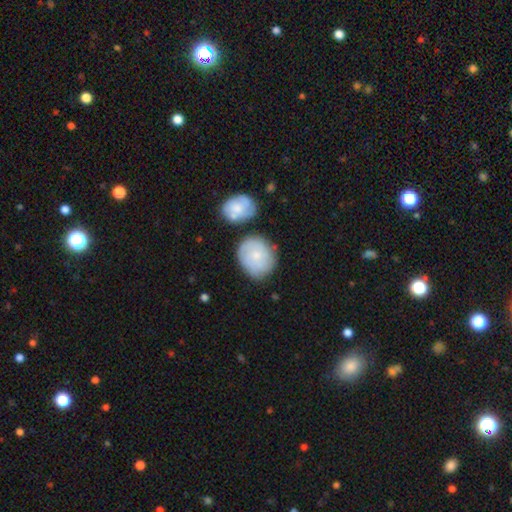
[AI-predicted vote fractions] Smooth or featured: smooth — 65% (featured or disk — 29%)
How rounded: round — 70% (in between — 29%)
Merging: none — 66% (minor disturbance — 19%)